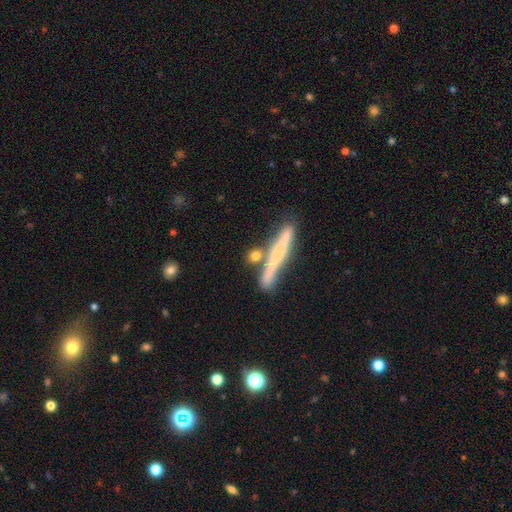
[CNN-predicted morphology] Q: Smooth or featured?
A: smooth (65%); runner-up: featured or disk (26%)
Q: How rounded?
A: cigar-shaped (56%); runner-up: round (27%)
Q: Merging?
A: none (65%); runner-up: merger (16%)